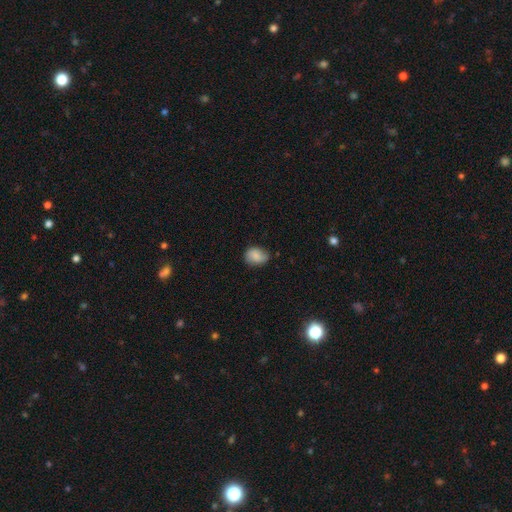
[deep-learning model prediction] smooth 76%, featured or disk 16%, star or artifact 8%. Down the decision tree: how rounded — in between (61%); merging — none (65%).